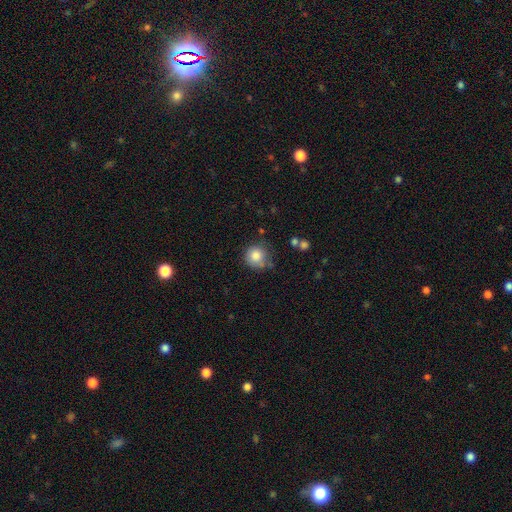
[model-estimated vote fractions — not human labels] The model was most divided on "merging": none: 68%, minor disturbance: 20%, merger: 7%, major disturbance: 5%. More confident: how rounded — round (92%); smooth or featured — smooth (83%).